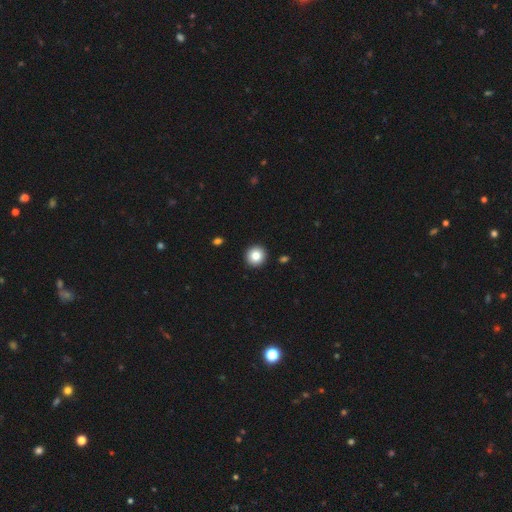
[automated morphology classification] smooth_or_featured: smooth (p=0.84) [alt: star or artifact p=0.09]
how_rounded: round (p=0.93) [alt: in between p=0.06]
merging: none (p=0.93) [alt: minor disturbance p=0.05]